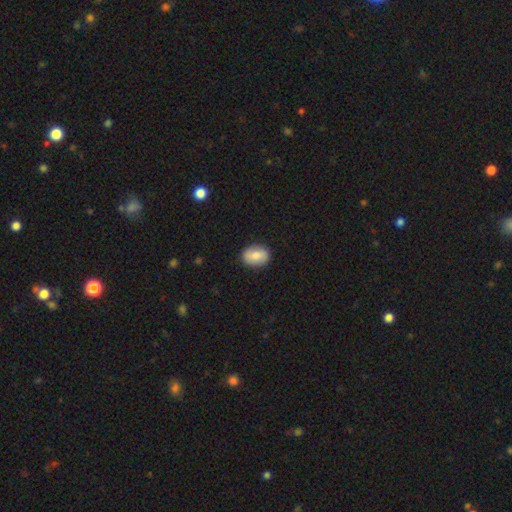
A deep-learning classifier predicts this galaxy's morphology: Overall: smooth (74%). How rounded: in between (71%). Merging: none (88%).